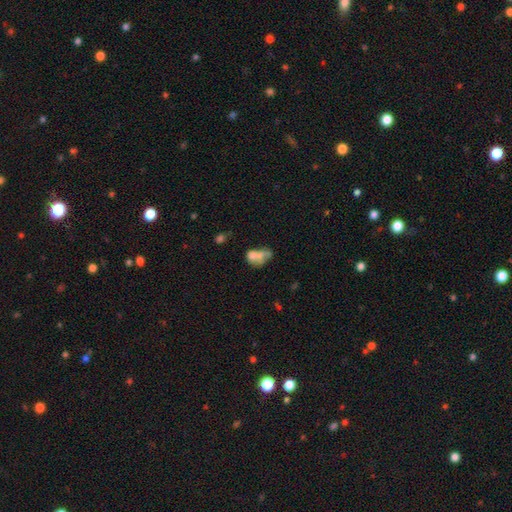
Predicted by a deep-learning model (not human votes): This is possibly a smooth galaxy (57%). How rounded: likely in between (77%). Merging: possibly merger (47%).